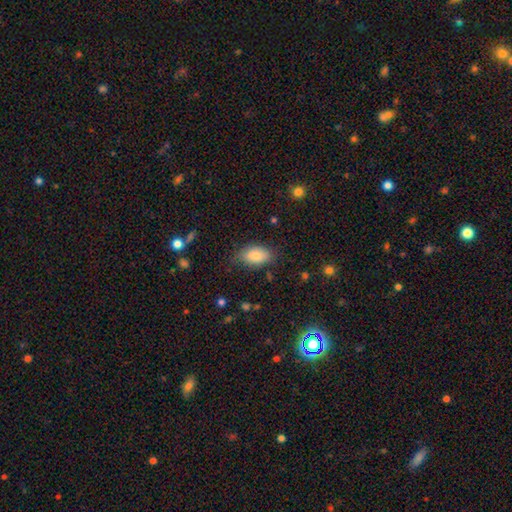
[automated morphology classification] Overall: smooth (83%). How rounded: in between (91%). Merging: none (71%).